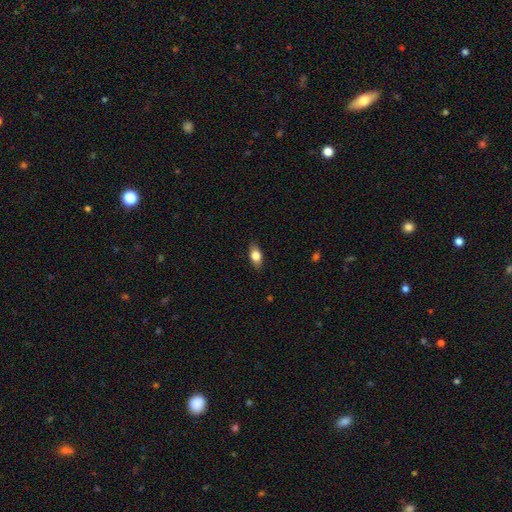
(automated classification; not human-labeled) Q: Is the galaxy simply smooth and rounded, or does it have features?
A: smooth — 78%.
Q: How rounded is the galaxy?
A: in between — 85%.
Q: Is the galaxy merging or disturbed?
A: none — 86%.